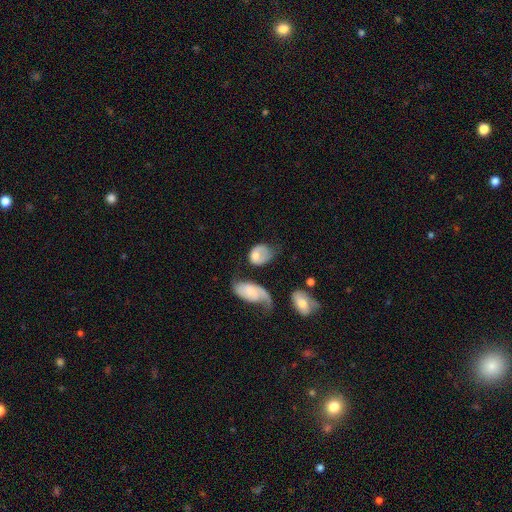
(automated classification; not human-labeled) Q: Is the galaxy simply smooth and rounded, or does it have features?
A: smooth — 60%.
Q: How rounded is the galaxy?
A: in between — 67%.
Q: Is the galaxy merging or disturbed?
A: none — 32%.